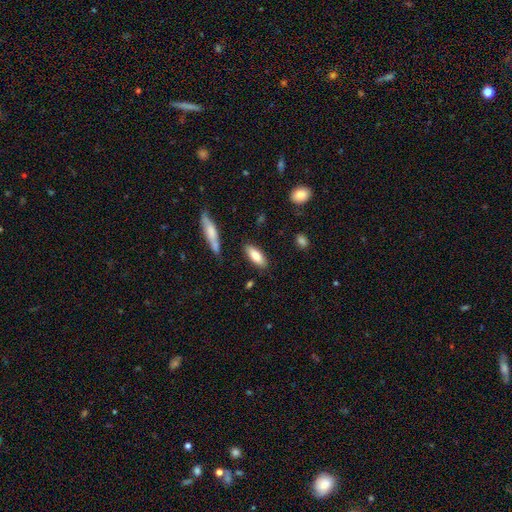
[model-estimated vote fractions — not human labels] A smooth galaxy with no disk features (81%) that is in between round and cigar-shaped (70%).

Vote fractions:
- Smooth or featured? smooth: 81% / featured or disk: 13% / star or artifact: 6%
- How rounded? in between: 70% / cigar-shaped: 28% / round: 2%
- Merging? none: 83% / minor disturbance: 11% / merger: 3% / major disturbance: 3%